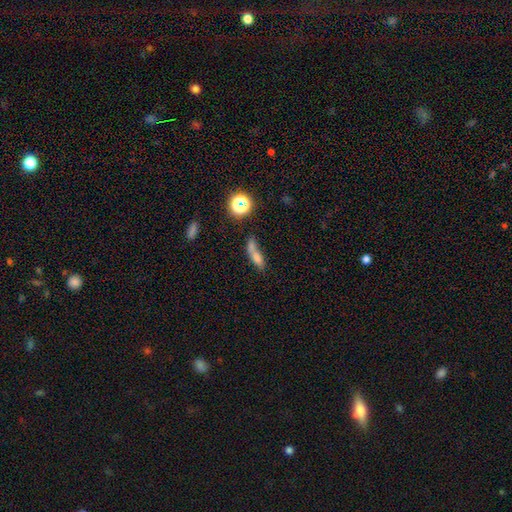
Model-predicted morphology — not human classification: A smooth galaxy with no disk features (65%) that is in between round and cigar-shaped (50%). Merging: merger (42%).